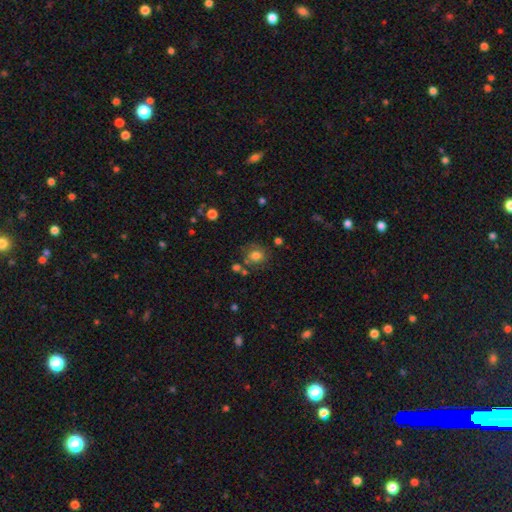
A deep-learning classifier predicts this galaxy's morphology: smooth 68%, featured or disk 19%, star or artifact 13%. Down the decision tree: how rounded — round (75%); merging — none (68%).